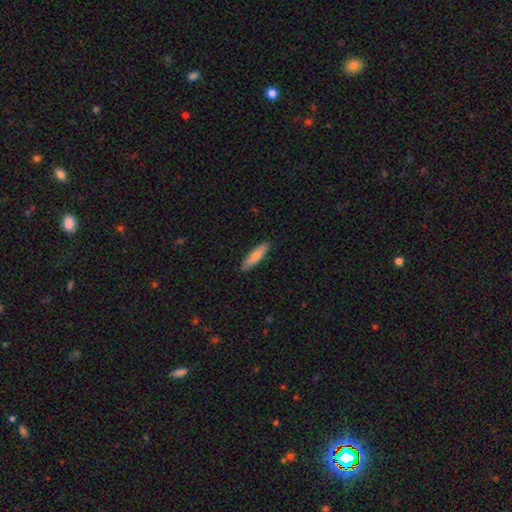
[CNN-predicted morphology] Smooth or featured? Predicted: smooth (p=0.82). How rounded? Predicted: cigar-shaped (p=0.75). Merging? Predicted: none (p=0.88).